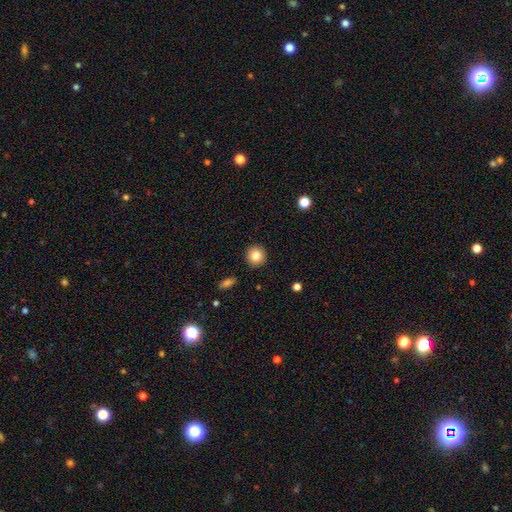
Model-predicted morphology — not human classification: smooth_or_featured: smooth (p=0.82) [alt: star or artifact p=0.09]
how_rounded: round (p=0.94) [alt: in between p=0.05]
merging: none (p=0.92) [alt: minor disturbance p=0.05]